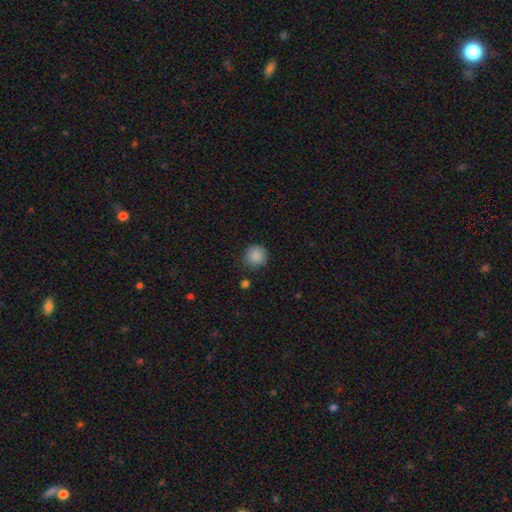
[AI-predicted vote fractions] smooth_or_featured: smooth (p=0.87) [alt: star or artifact p=0.09]
how_rounded: round (p=0.93) [alt: in between p=0.06]
merging: none (p=0.84) [alt: minor disturbance p=0.11]